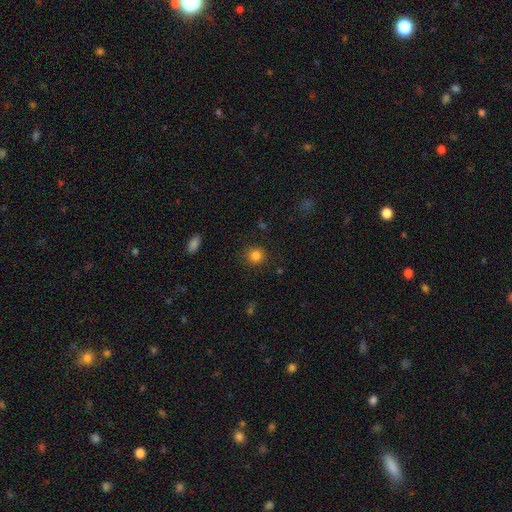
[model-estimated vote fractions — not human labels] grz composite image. It shows a smooth galaxy with no disk features (83%) that is round (91%). Merging: none (89%).